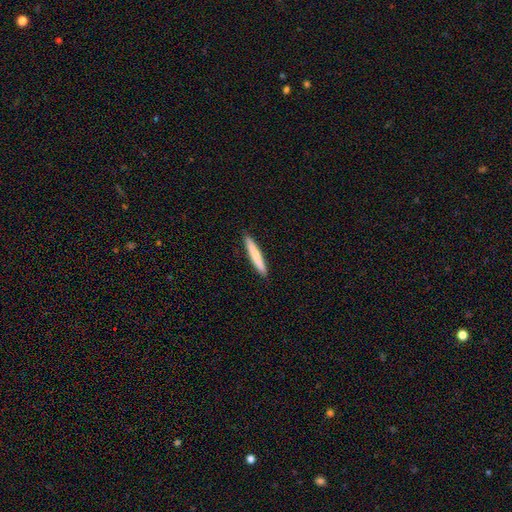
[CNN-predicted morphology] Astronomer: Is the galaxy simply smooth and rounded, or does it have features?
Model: smooth — 74%.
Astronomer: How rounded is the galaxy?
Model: cigar-shaped — 95%.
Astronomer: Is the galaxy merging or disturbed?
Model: none — 92%.